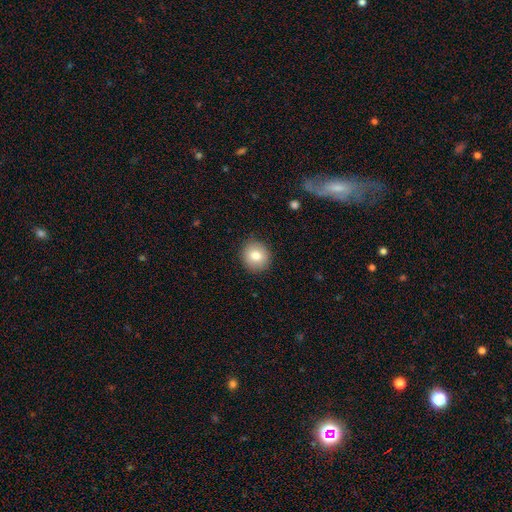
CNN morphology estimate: This appears to be a smooth galaxy with no disk features (81%) that is round (88%). Merging: none (89%).